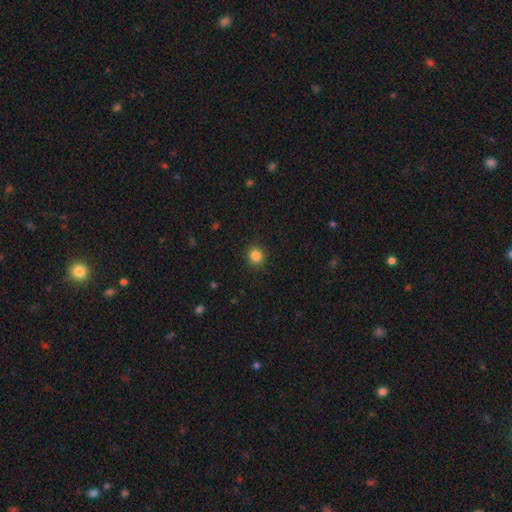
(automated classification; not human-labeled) smooth 85%, star or artifact 11%, featured or disk 4%. Down the decision tree: how rounded — round (89%); merging — none (90%).